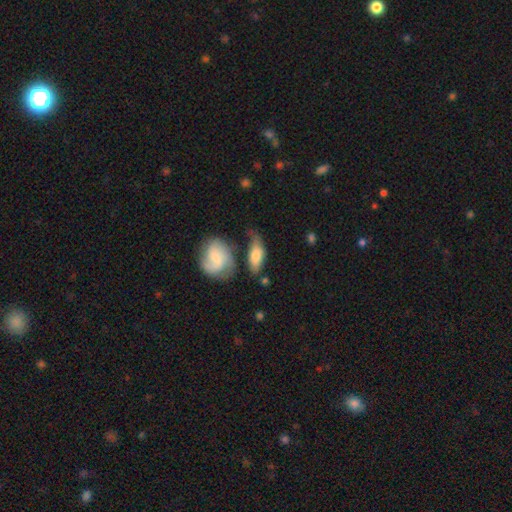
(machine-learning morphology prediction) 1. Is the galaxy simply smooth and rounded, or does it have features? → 67% smooth, 26% featured or disk, 7% star or artifact.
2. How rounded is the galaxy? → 78% in between, 17% cigar-shaped, 5% round.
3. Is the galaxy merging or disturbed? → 42% none, 27% minor disturbance, 16% merger, 14% major disturbance.